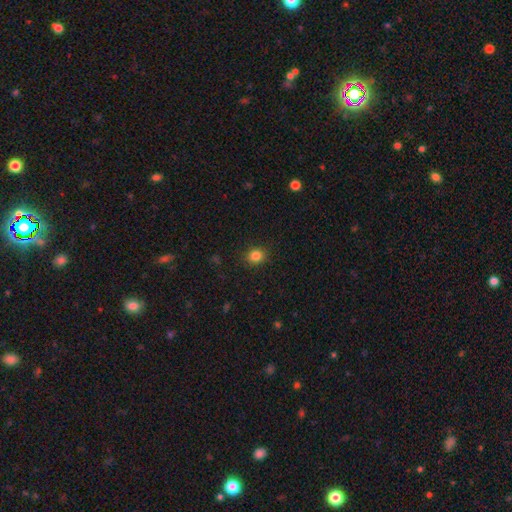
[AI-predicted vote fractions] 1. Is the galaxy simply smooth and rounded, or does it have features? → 84% smooth, 12% star or artifact, 5% featured or disk.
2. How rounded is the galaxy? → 72% round, 27% in between, 1% cigar-shaped.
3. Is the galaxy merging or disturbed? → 89% none, 7% minor disturbance, 2% major disturbance, 1% merger.